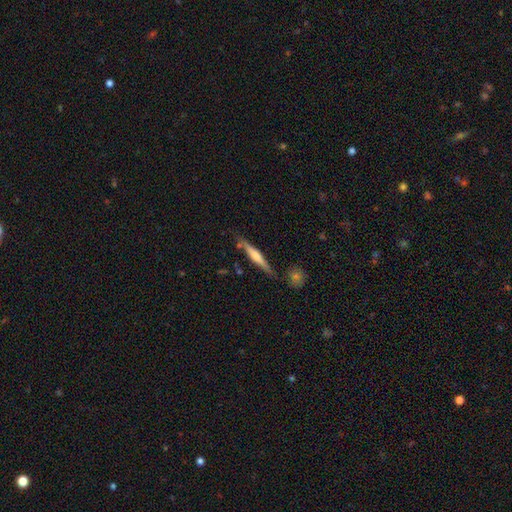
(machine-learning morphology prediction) A featured or disk galaxy (56%) viewed edge-on (96%) with a rounded central bulge (62%).

Vote fractions:
- Smooth or featured? featured or disk: 56% / smooth: 38% / star or artifact: 6%
- Edge-on disk? yes: 96% / no: 4%
- Edge-on bulge? rounded: 62% / boxy: 19% / none: 18%
- Merging? none: 80% / minor disturbance: 13% / merger: 4% / major disturbance: 3%